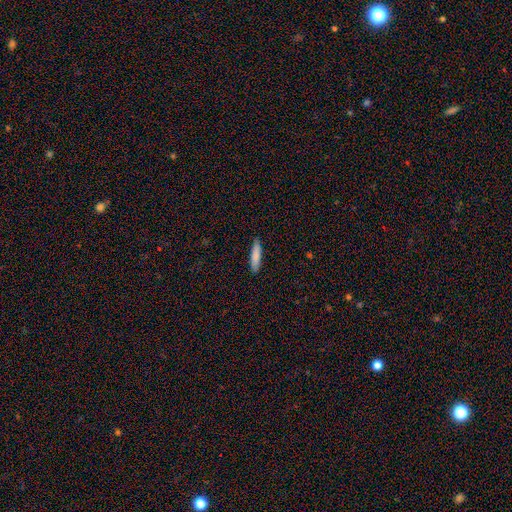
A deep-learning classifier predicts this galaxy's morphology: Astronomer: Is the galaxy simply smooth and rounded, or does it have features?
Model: smooth — 84%.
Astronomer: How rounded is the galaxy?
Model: cigar-shaped — 81%.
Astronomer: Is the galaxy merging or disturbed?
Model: none — 89%.